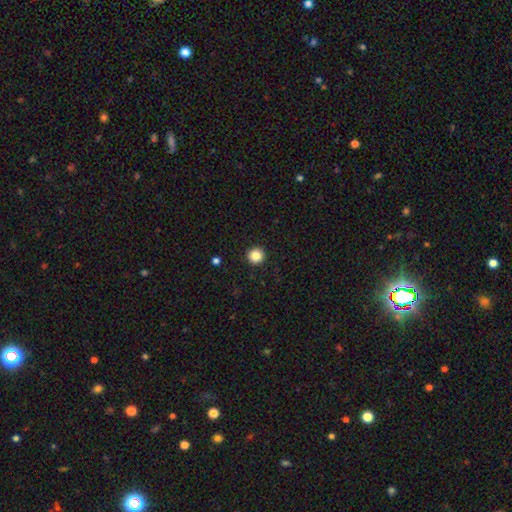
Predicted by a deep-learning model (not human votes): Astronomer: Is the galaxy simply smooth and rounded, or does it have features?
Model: smooth — 84%.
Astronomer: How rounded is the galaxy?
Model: round — 96%.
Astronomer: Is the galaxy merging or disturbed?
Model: none — 94%.